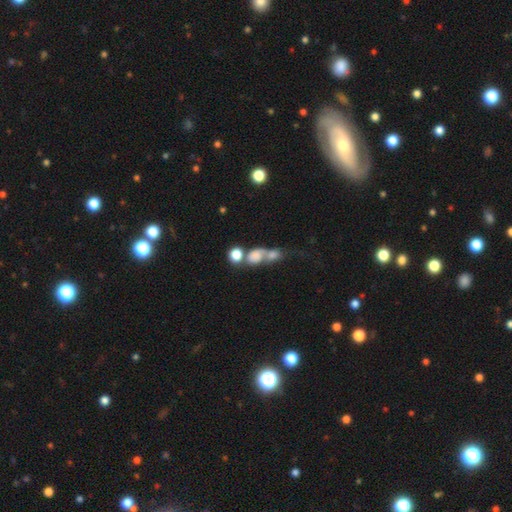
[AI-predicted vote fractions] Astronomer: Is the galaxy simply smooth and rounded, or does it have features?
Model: smooth — 70%.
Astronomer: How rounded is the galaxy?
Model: round — 51% (runner-up: in between, 45%).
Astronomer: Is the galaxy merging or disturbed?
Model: merger — 62%.